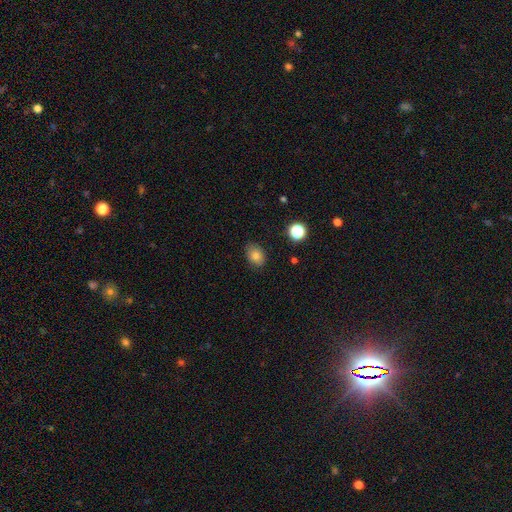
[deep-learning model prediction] Smooth or featured?
  - smooth: 80% *
  - star or artifact: 11%
  - featured or disk: 8%
How rounded?
  - in between: 69% *
  - round: 30%
  - cigar-shaped: 1%
Merging?
  - none: 83% *
  - minor disturbance: 13%
  - major disturbance: 3%
  - merger: 1%